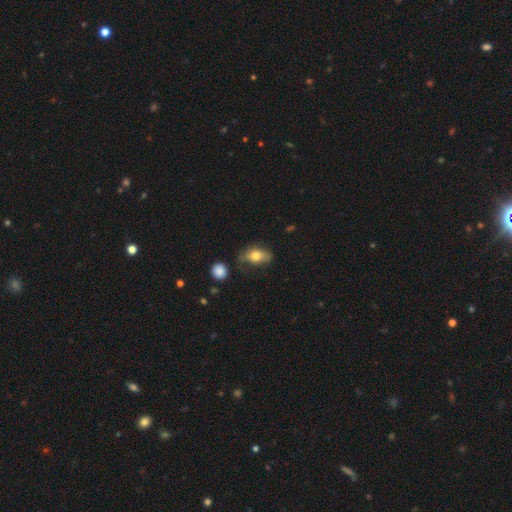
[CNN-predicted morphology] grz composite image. It shows a smooth galaxy with no disk features (70%) that is in between round and cigar-shaped (85%). Merging: none (51%).